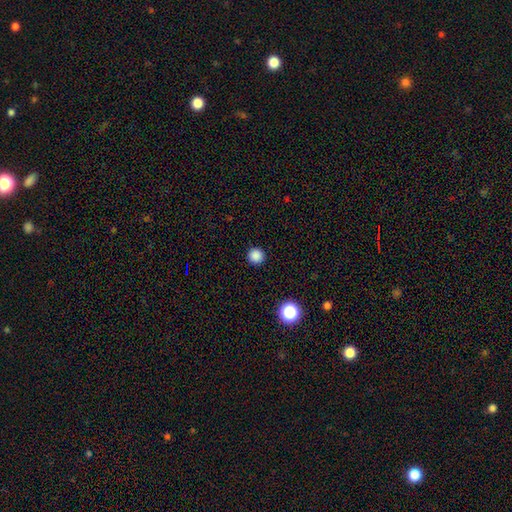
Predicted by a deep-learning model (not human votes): smooth 86%, star or artifact 12%, featured or disk 3%. Down the decision tree: how rounded — round (96%); merging — none (93%).